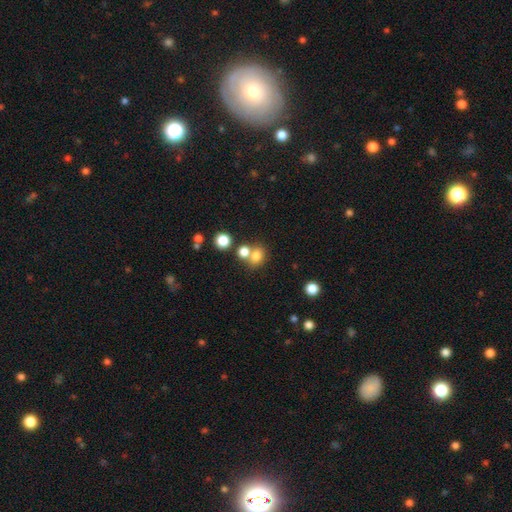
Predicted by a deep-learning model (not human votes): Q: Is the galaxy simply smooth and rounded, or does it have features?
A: smooth — 77%.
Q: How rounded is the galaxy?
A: round — 59%.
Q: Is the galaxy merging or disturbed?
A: none — 52%.